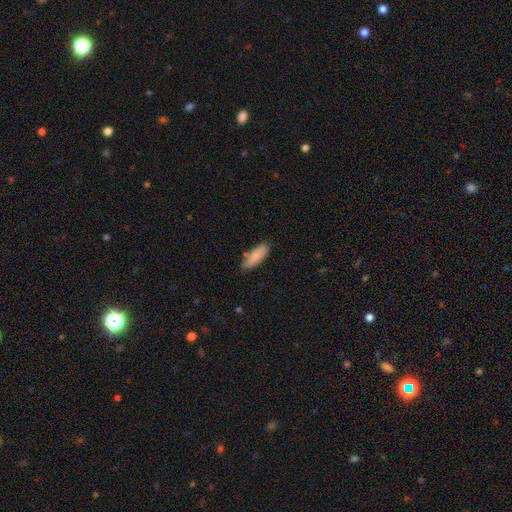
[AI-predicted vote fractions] Smooth or featured? Predicted: smooth (p=0.80). How rounded? Predicted: in between (p=0.71). Merging? Predicted: none (p=0.68).